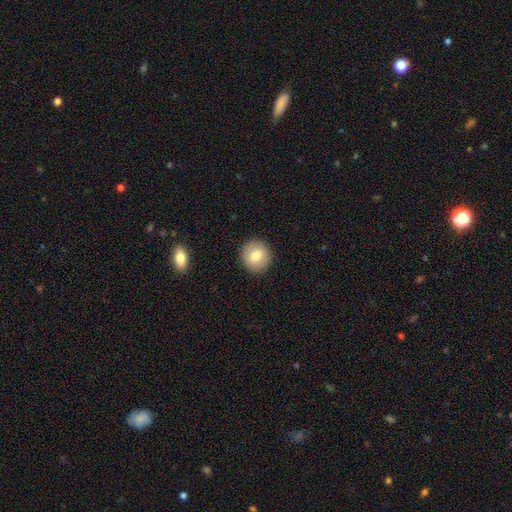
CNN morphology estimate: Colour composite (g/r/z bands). It shows a smooth galaxy with no disk features (79%) that is round (90%). Merging: none (91%).